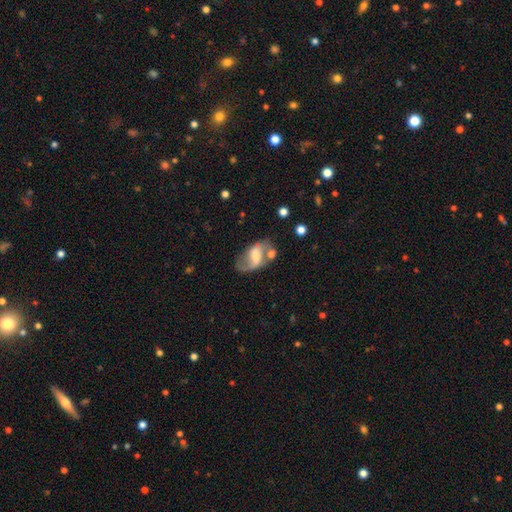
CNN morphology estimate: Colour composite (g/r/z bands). It shows a featured or disk galaxy (67%) with a weak bar (45%), 2 (74%) loose (52%) spiral arms (83%) and a moderate central bulge (34%). Merging: none (49%).